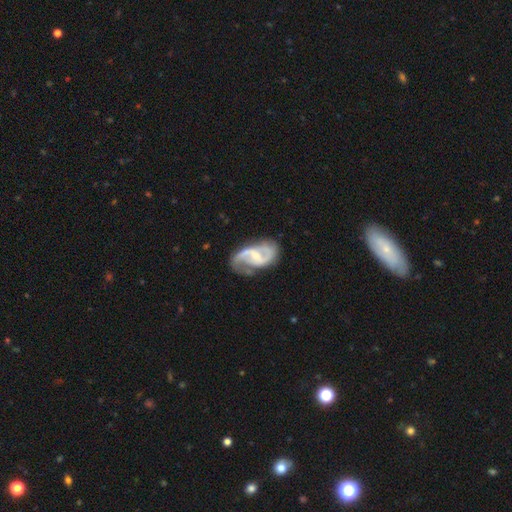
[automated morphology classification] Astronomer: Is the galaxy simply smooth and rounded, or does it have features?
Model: featured or disk — 88%.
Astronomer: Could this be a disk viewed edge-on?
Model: no — 97%.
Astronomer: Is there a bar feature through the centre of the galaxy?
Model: weak — 53%.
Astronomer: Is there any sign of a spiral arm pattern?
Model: yes — 96%.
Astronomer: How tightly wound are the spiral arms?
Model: medium — 51% (runner-up: loose, 35%).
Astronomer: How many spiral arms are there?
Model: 2 — 88%.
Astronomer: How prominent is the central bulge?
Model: small — 56% (runner-up: moderate, 35%).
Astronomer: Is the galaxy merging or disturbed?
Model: none — 64%.